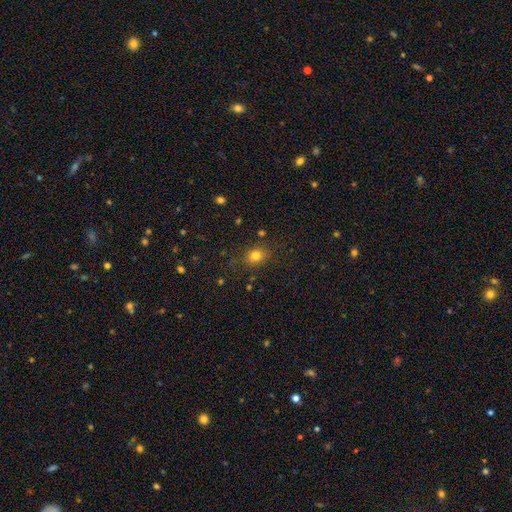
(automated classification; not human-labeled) This appears to be a smooth galaxy with no disk features (79%) that is round (54%). Merging: none (81%).